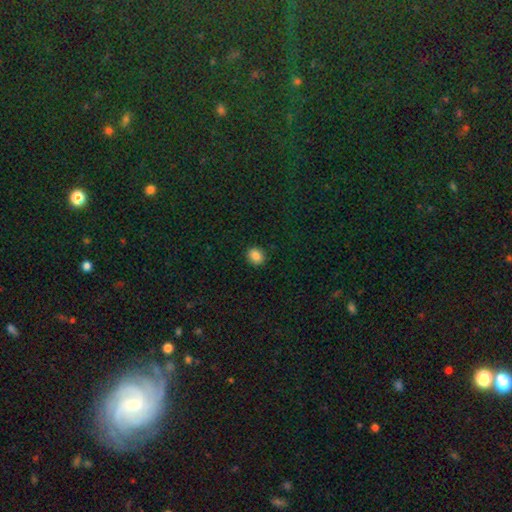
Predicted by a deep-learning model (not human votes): This is clearly a smooth galaxy (86%). How rounded: likely round (67%). Merging: clearly none (90%).